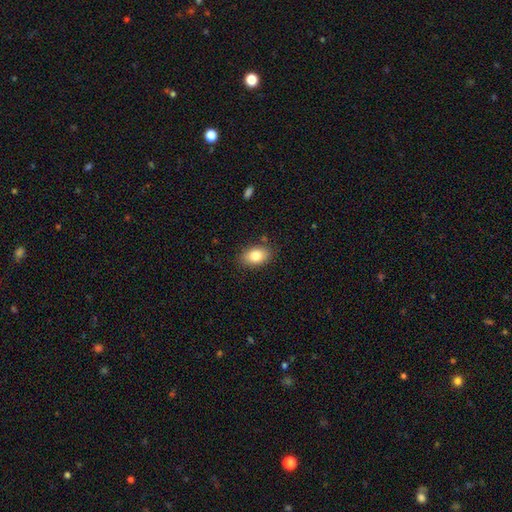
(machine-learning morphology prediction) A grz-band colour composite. It shows a smooth galaxy with no disk features (83%) that is in between round and cigar-shaped (87%). Merging: none (84%).